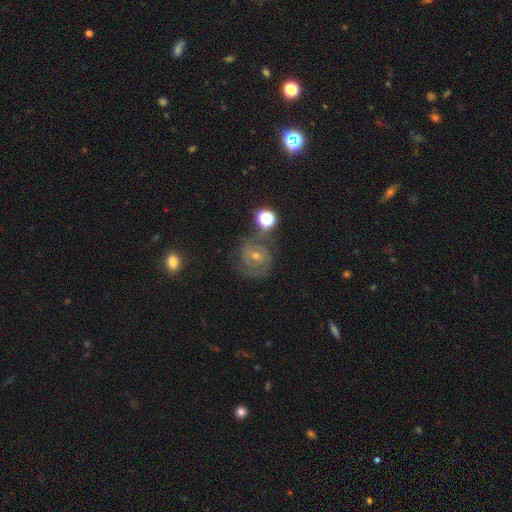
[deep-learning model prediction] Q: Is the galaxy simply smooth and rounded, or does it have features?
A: featured or disk — 72%.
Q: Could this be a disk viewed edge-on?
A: no — 98%.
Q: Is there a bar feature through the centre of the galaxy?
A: no — 54%.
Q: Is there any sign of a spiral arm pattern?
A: yes — 93%.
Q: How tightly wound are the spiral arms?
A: tight — 60%.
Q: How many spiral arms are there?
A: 2 — 49%.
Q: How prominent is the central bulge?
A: small — 60%.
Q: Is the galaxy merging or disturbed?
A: none — 72%.